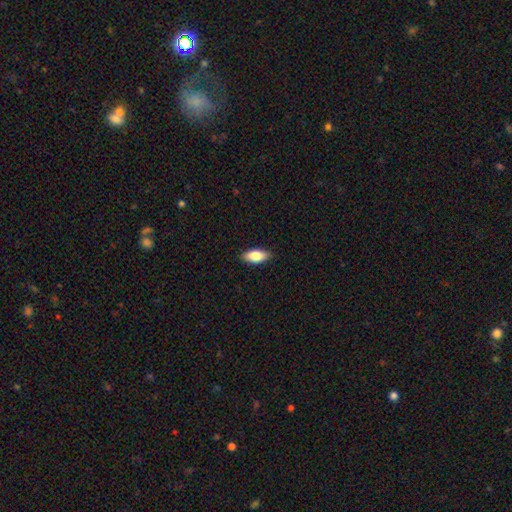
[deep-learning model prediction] Overall: smooth (82%). How rounded: in between (88%). Merging: none (89%).